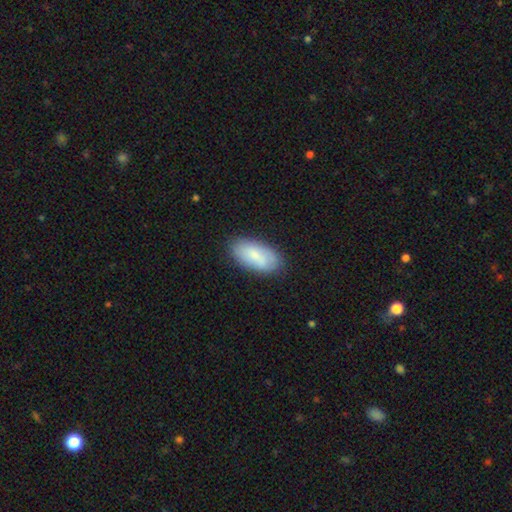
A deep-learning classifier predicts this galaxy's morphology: The model was most divided on "smooth or featured": smooth: 75%, featured or disk: 19%, star or artifact: 7%. More confident: how rounded — in between (93%); merging — none (81%).